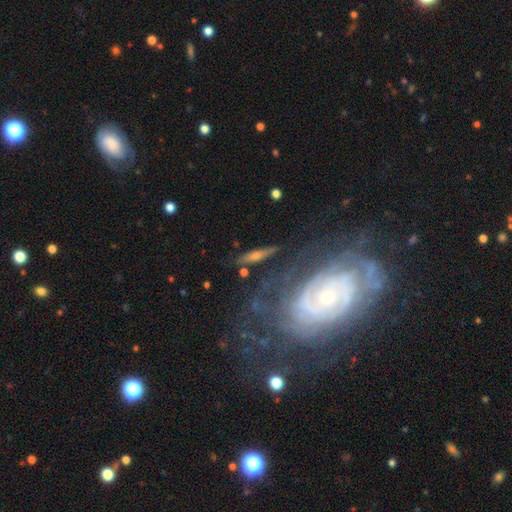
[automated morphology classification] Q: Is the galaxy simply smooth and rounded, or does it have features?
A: featured or disk — 64%.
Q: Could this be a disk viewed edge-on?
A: no — 51%.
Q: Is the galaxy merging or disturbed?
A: none — 73%.